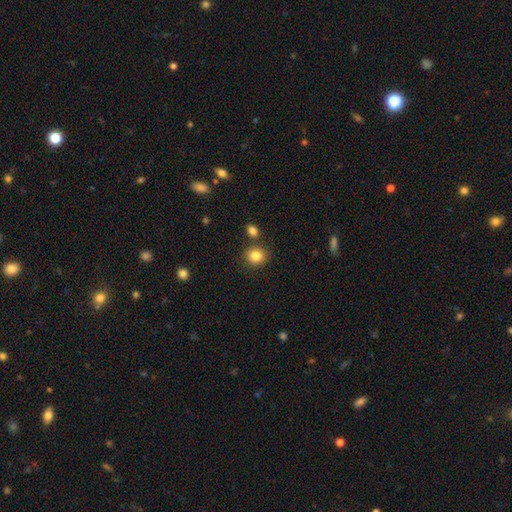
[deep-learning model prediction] smooth-or-featured: smooth: 85% | star or artifact: 10% | featured or disk: 5%
  how-rounded: round: 83% | in between: 16% | cigar-shaped: 1%
  merging: none: 80% | merger: 9% | minor disturbance: 9% | major disturbance: 3%